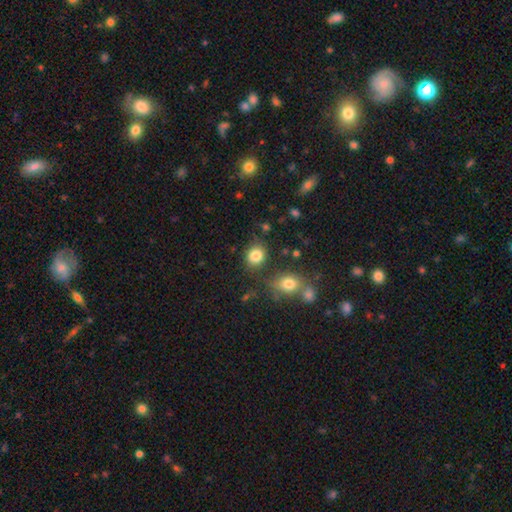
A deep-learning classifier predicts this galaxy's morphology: type=smooth (83%); roundness=round (67%); merging=none (75%).